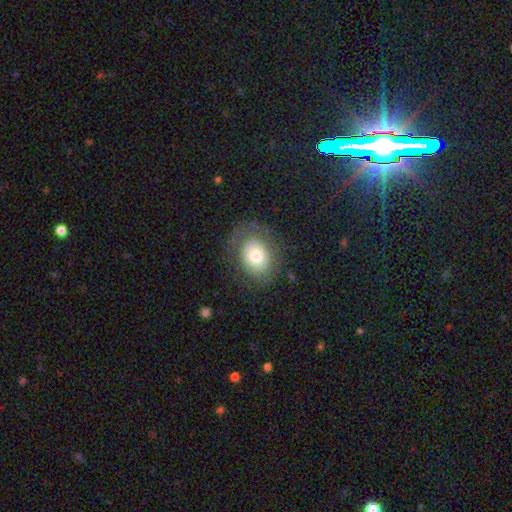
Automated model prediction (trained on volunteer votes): Overall: smooth (68%). How rounded: in between (56%; round 43%). Merging: none (71%).